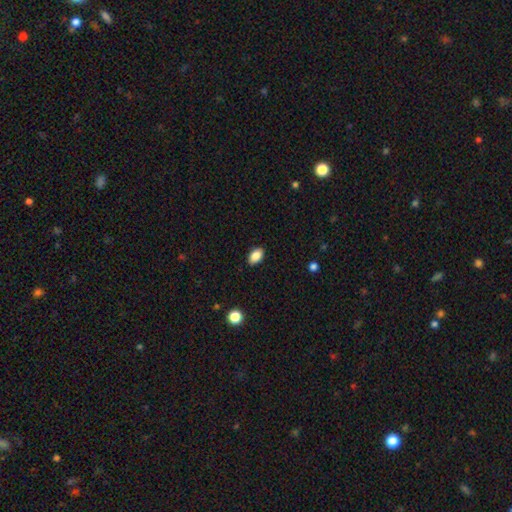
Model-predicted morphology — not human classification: Smooth or featured: smooth — 87% (star or artifact — 8%)
How rounded: in between — 89% (round — 10%)
Merging: none — 89% (minor disturbance — 8%)